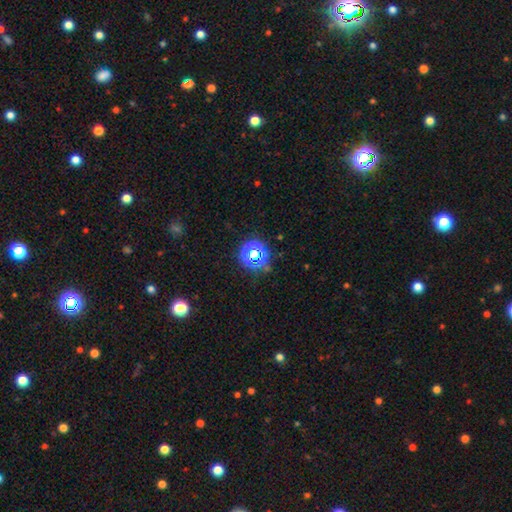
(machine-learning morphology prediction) smooth_or_featured: star or artifact (p=0.55) [alt: smooth p=0.36]